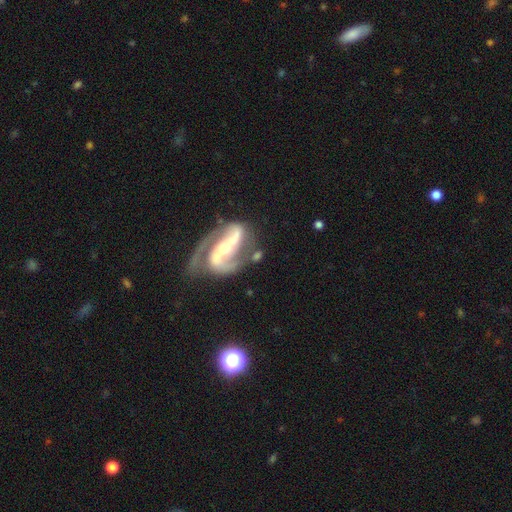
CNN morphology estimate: featured or disk 90%, star or artifact 5%, smooth 4%. Down the decision tree: edge-on disk — no (96%); bar — strong (58%); spiral arms — yes (97%); spiral arm count — 2 (91%); spiral winding — medium (53%); bulge size — moderate (50%); merging — none (55%).